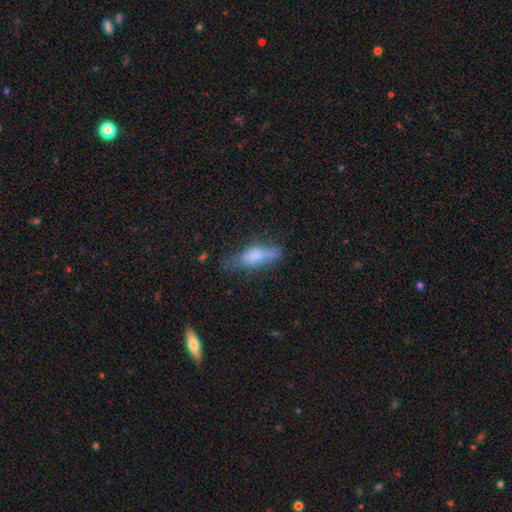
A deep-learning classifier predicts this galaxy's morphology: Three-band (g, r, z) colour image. It shows a smooth galaxy with no disk features (72%) that is in between round and cigar-shaped (57%). Merging: none (51%).